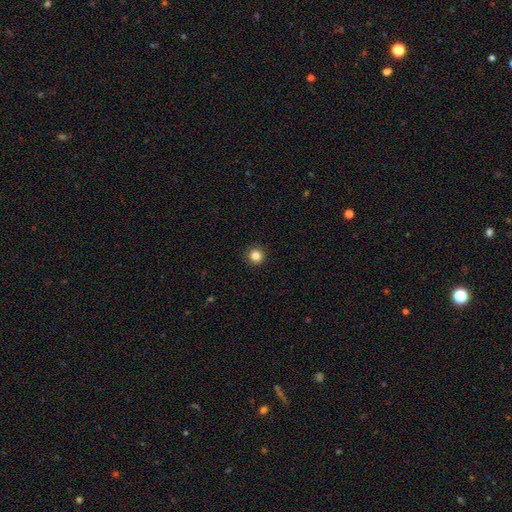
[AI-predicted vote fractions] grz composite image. It shows a smooth galaxy with no disk features (85%) that is round (96%). Merging: none (93%).